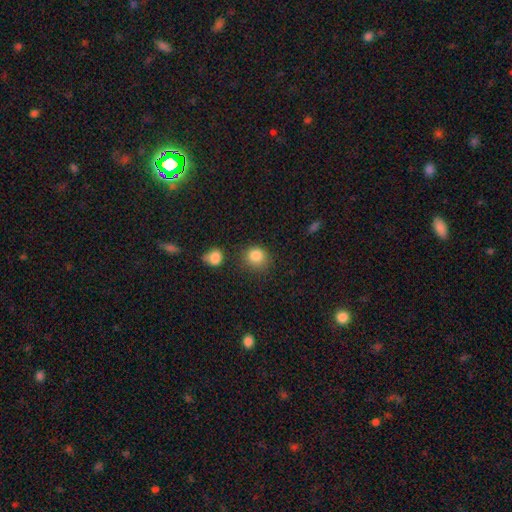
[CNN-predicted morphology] This appears to be a smooth galaxy with no disk features (86%) that is round (82%). Merging: none (73%).